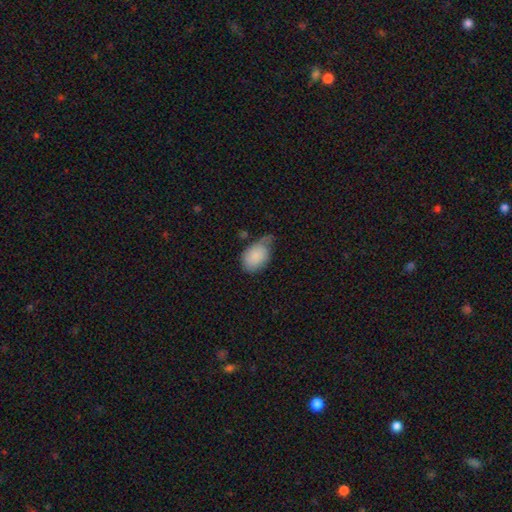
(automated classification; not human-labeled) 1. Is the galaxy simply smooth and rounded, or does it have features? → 83% smooth, 10% featured or disk, 7% star or artifact.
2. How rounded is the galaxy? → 83% in between, 16% round, 1% cigar-shaped.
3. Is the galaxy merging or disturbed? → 43% minor disturbance, 32% none, 20% major disturbance, 5% merger.